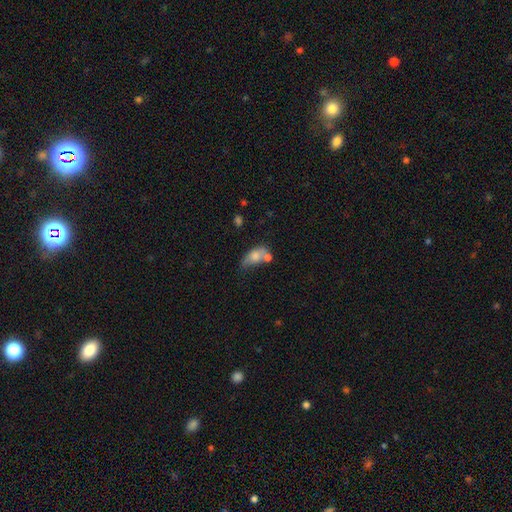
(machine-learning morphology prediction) Smooth or featured: smooth — 69% (featured or disk — 22%)
How rounded: in between — 84% (round — 10%)
Merging: merger — 35% (none — 26%)